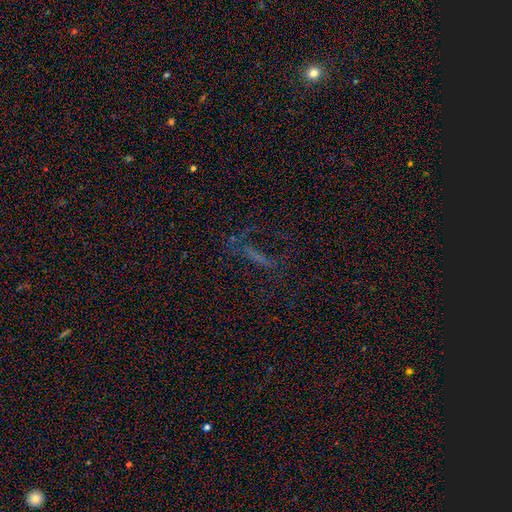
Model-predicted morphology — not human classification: smooth_or_featured: star or artifact (p=0.46) [alt: featured or disk p=0.28]